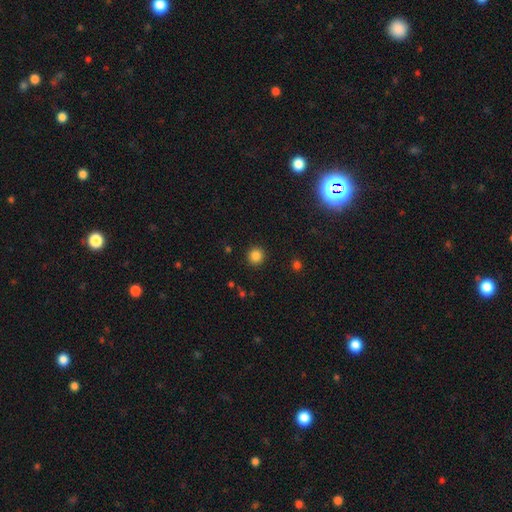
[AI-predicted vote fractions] The model was most divided on "smooth or featured": smooth: 85%, star or artifact: 12%, featured or disk: 4%. More confident: how rounded — round (93%); merging — none (91%).